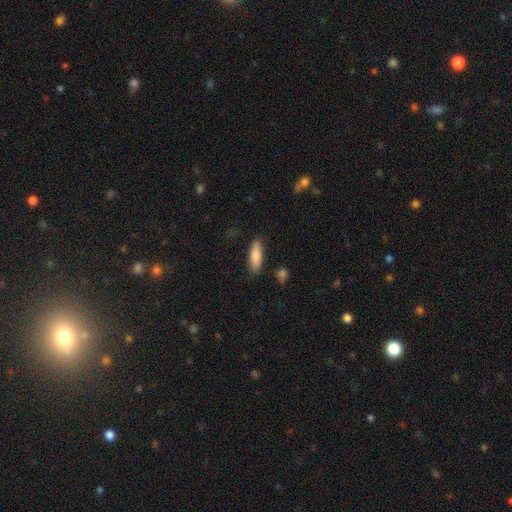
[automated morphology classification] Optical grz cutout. It shows a smooth galaxy with no disk features (84%) that is in between round and cigar-shaped (49%, tied with cigar-shaped). Merging: none (84%).